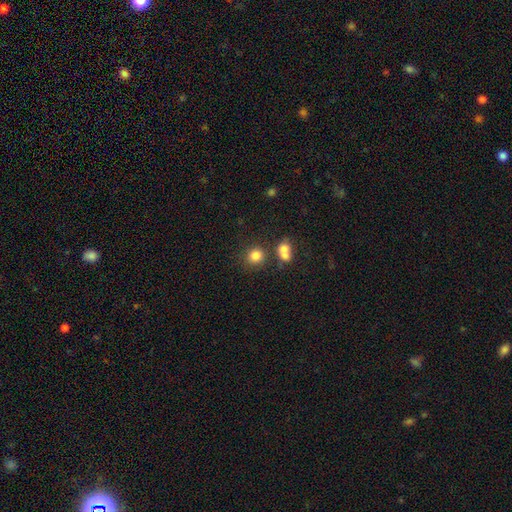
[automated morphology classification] Smooth or featured?
  - smooth: 82% *
  - star or artifact: 12%
  - featured or disk: 6%
How rounded?
  - round: 84% *
  - in between: 15%
  - cigar-shaped: 1%
Merging?
  - none: 69% *
  - merger: 17%
  - minor disturbance: 10%
  - major disturbance: 4%